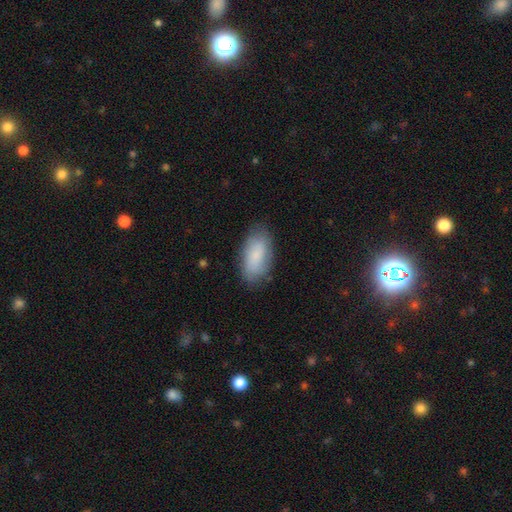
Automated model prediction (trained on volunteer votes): A smooth galaxy with no disk features (78%) that is in between round and cigar-shaped (93%). Merging: none (79%).